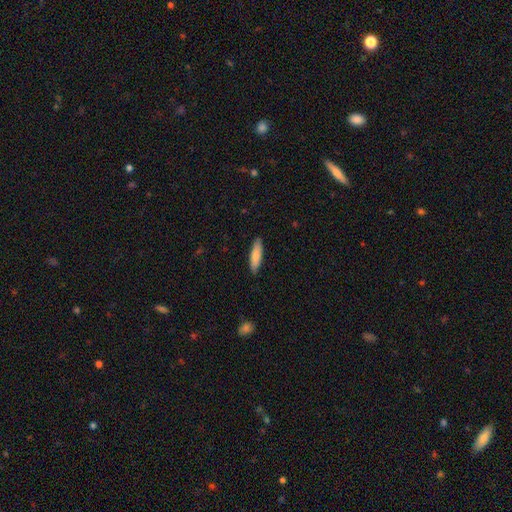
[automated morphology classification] Smooth or featured: smooth — 81% (featured or disk — 14%)
How rounded: cigar-shaped — 64% (in between — 34%)
Merging: none — 88% (minor disturbance — 9%)